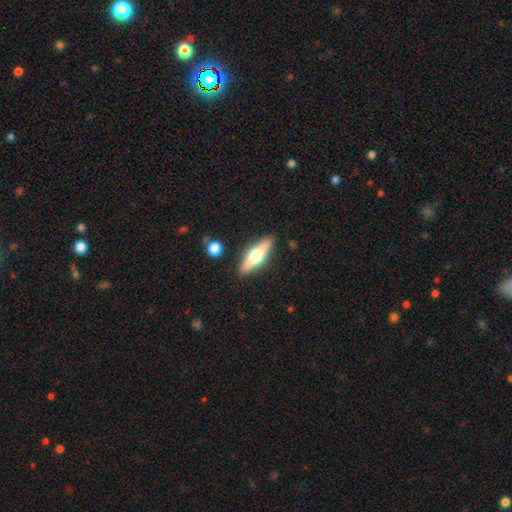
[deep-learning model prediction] Smooth or featured? Predicted: featured or disk (p=0.56). Edge-on disk? Predicted: yes (p=0.93). Edge-on bulge? Predicted: rounded (p=0.95). Merging? Predicted: none (p=0.87).